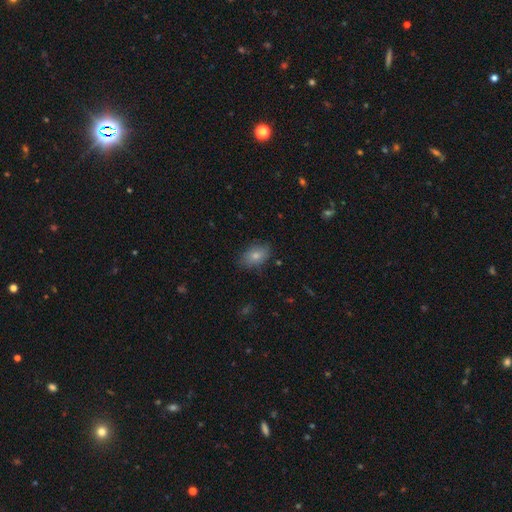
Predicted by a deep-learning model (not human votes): Smooth or featured? Predicted: smooth (p=0.79). How rounded? Predicted: in between (p=0.84). Merging? Predicted: none (p=0.78).